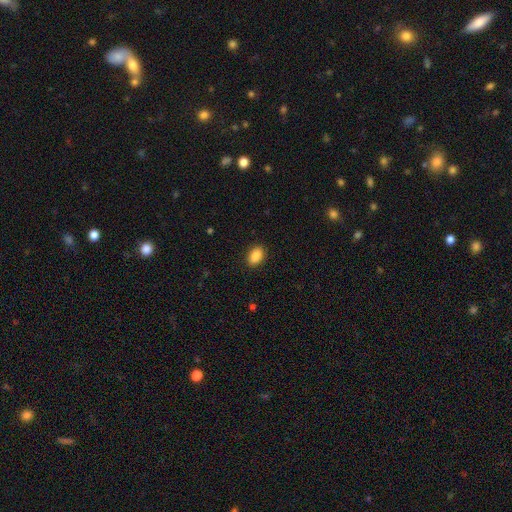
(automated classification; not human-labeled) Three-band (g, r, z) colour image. It shows a smooth galaxy with no disk features (89%) that is in between round and cigar-shaped (87%). Merging: none (88%).